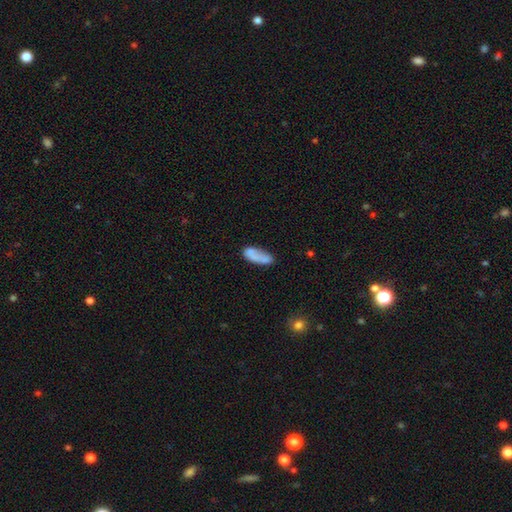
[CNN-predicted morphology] smooth 73%, featured or disk 19%, star or artifact 8%. Down the decision tree: how rounded — in between (71%); merging — none (48%).